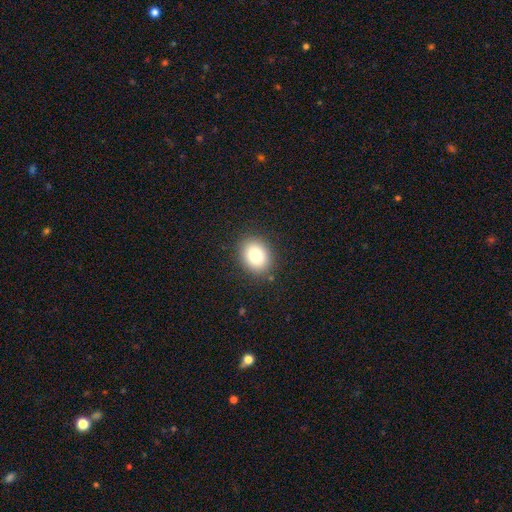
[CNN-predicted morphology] smooth_or_featured: smooth (p=0.81) [alt: star or artifact p=0.10]
how_rounded: round (p=0.51) [alt: in between p=0.48]
merging: none (p=0.88) [alt: minor disturbance p=0.08]